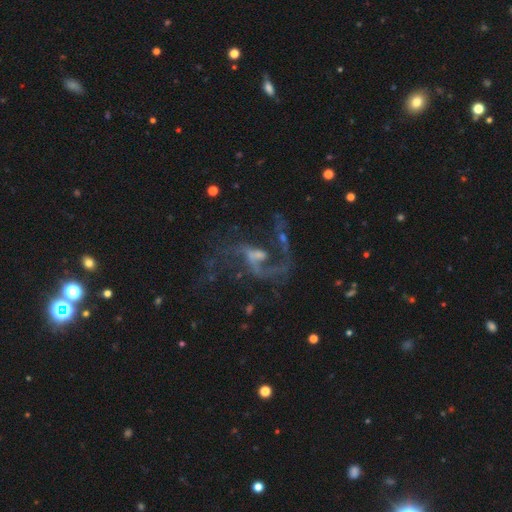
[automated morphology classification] Overall: featured or disk (82%). Edge-on disk: no (96%). Bar: weak (48%; no 34%). Spiral arms: yes (90%). Spiral arm count: 2 (68%). Spiral winding: loose (70%). Bulge size: small (42%; moderate 29%). Merging: none (41%; major disturbance 36%).